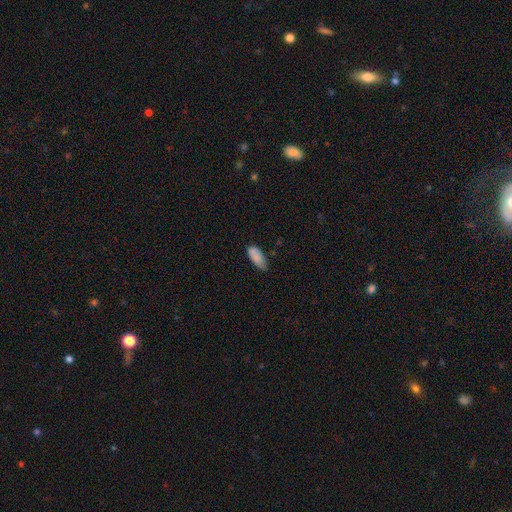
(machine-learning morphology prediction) smooth 85%, star or artifact 8%, featured or disk 7%. Down the decision tree: how rounded — in between (82%); merging — none (56%).